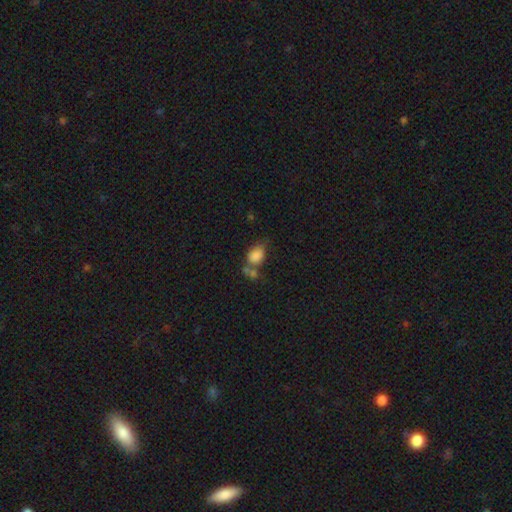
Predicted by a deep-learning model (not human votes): Smooth or featured: smooth — 83% (star or artifact — 9%)
How rounded: in between — 74% (round — 24%)
Merging: merger — 36% (none — 35%)